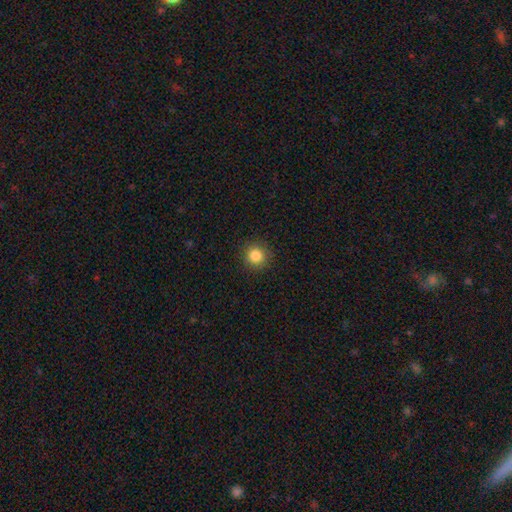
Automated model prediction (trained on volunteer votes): smooth 84%, star or artifact 11%, featured or disk 5%. Down the decision tree: how rounded — round (94%); merging — none (91%).